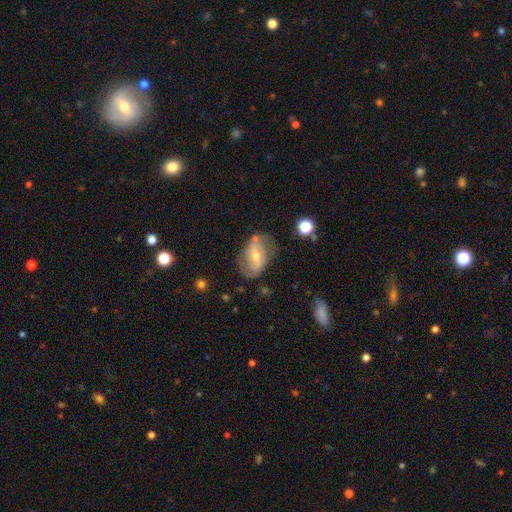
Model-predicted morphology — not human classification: A featured or disk galaxy (68%) with a weak bar (43%), 2 (79%) medium (43%) spiral arms (79%) and a moderate central bulge (51%).

Vote fractions:
- Smooth or featured? featured or disk: 68% / smooth: 24% / star or artifact: 8%
- Edge-on disk? no: 95% / yes: 5%
- Bar? weak: 43% / no: 32% / strong: 25%
- Spiral arms? yes: 79% / no: 21%
- Spiral winding? medium: 43% / loose: 31% / tight: 27%
- Spiral arm count? 2: 79% / can't tell: 14% / 1: 3% / 3: 2% / 4: 1% / more than 4: 1%
- Bulge size? moderate: 51% / small: 44% / large: 2% / none: 1% / dominant: 1%
- Merging? none: 68% / minor disturbance: 21% / major disturbance: 8% / merger: 3%